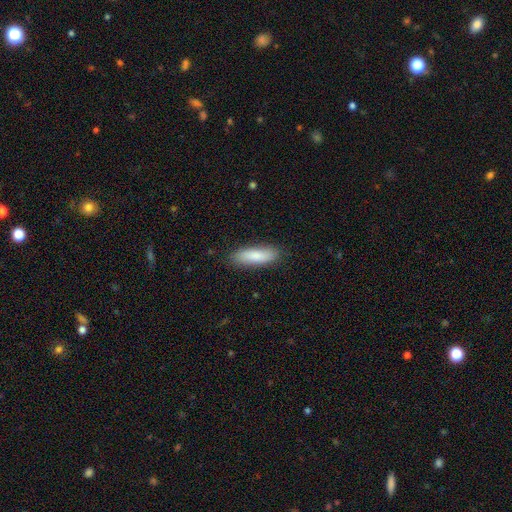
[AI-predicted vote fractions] smooth 84%, featured or disk 10%, star or artifact 6%. Down the decision tree: how rounded — cigar-shaped (54%); merging — none (86%).